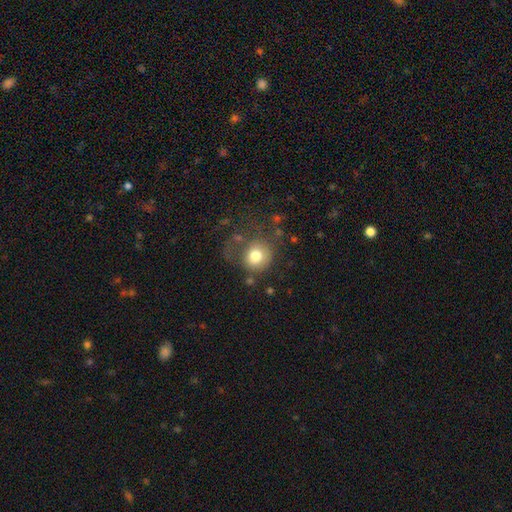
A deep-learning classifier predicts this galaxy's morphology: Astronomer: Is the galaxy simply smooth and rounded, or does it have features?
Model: smooth — 76%.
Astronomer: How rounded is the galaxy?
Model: round — 81%.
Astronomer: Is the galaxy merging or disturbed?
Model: none — 52%.